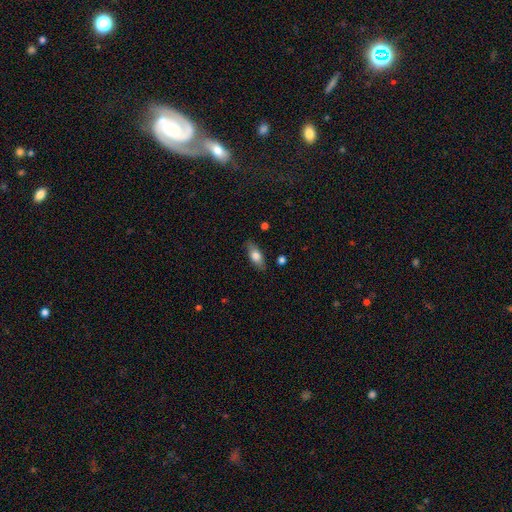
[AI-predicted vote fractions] This appears to be a smooth galaxy with no disk features (71%) that is in between round and cigar-shaped (79%). Merging: none (84%).